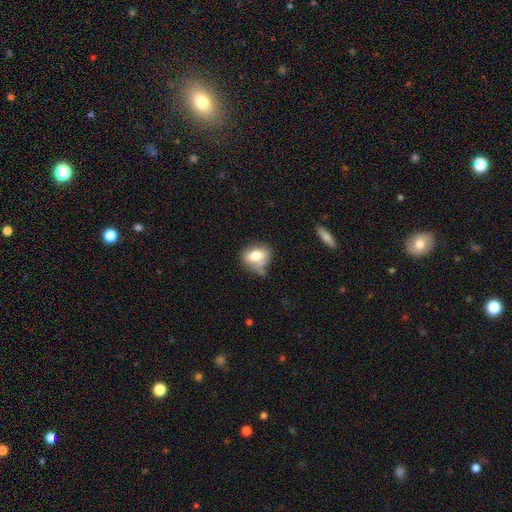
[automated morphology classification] Smooth or featured: smooth — 76% (featured or disk — 15%)
How rounded: in between — 54% (round — 45%)
Merging: none — 52% (minor disturbance — 29%)